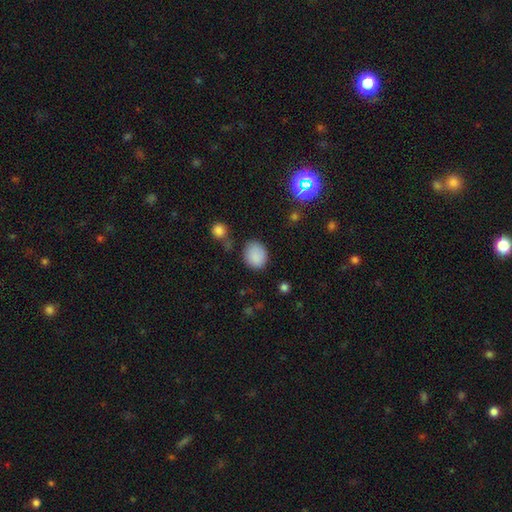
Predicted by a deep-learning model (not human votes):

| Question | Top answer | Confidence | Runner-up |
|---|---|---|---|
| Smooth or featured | smooth | 85% | star or artifact (10%) |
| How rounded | round | 61% | in between (38%) |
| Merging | none | 74% | minor disturbance (17%) |